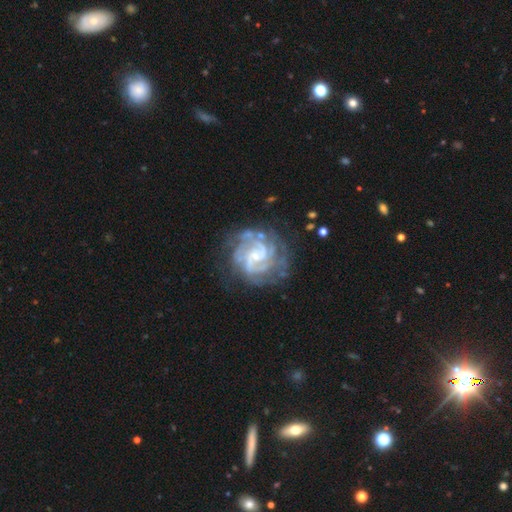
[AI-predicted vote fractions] Smooth or featured? Predicted: featured or disk (p=0.89). Edge-on disk? Predicted: no (p=0.98). Bar? Predicted: no (p=0.46). Spiral arms? Predicted: yes (p=0.97). Spiral winding? Predicted: tight (p=0.61). Spiral arm count? Predicted: 2 (p=0.36). Bulge size? Predicted: small (p=0.68). Merging? Predicted: none (p=0.71).